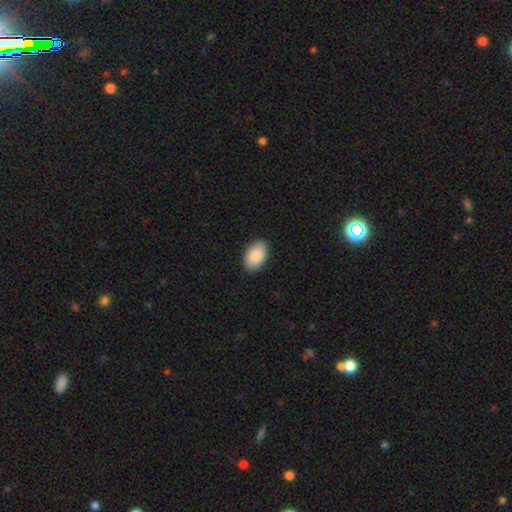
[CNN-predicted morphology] smooth-or-featured: smooth: 89% | star or artifact: 6% | featured or disk: 5%
  how-rounded: in between: 93% | round: 6% | cigar-shaped: 1%
  merging: none: 89% | minor disturbance: 8% | major disturbance: 2% | merger: 1%